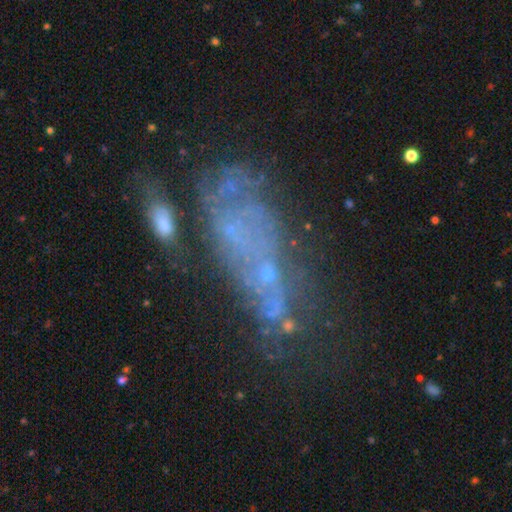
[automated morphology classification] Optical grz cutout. It shows a featured or disk galaxy (56%). Merging: none (34%).